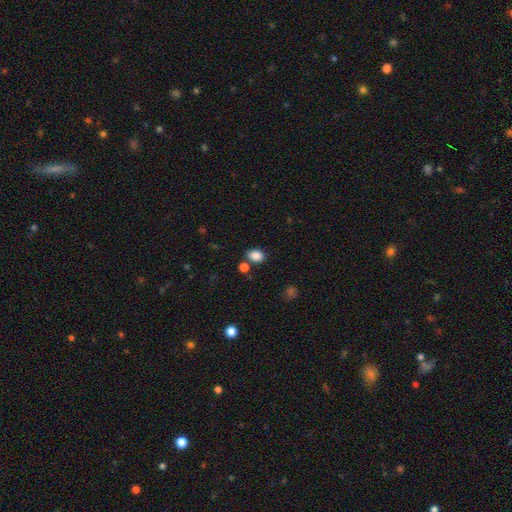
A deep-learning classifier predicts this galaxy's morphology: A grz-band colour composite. It shows a smooth galaxy with no disk features (86%) that is in between round and cigar-shaped (68%). Merging: none (74%).